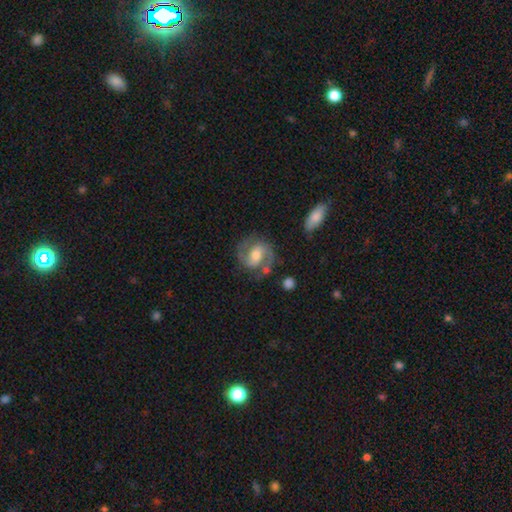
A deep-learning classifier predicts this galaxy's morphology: A featured or disk galaxy (82%) with a weak bar (45%), 2 (92%) medium (60%) spiral arms (96%) and a moderate central bulge (65%).

Vote fractions:
- Smooth or featured? featured or disk: 82% / smooth: 12% / star or artifact: 6%
- Edge-on disk? no: 98% / yes: 2%
- Bar? weak: 45% / no: 33% / strong: 22%
- Spiral arms? yes: 96% / no: 4%
- Spiral winding? medium: 60% / tight: 25% / loose: 15%
- Spiral arm count? 2: 92% / can't tell: 3% / 1: 2% / 3: 1% / 4: 1% / more than 4: 1%
- Bulge size? moderate: 65% / small: 21% / large: 11% / none: 2% / dominant: 1%
- Merging? none: 73% / minor disturbance: 15% / major disturbance: 7% / merger: 5%